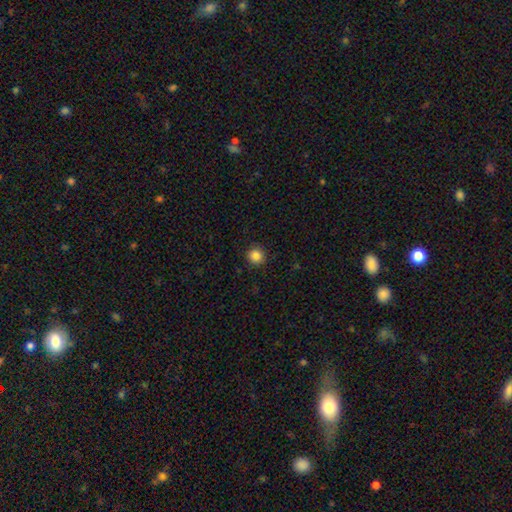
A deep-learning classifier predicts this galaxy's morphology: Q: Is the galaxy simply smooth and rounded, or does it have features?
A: smooth — 86%.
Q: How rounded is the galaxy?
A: round — 94%.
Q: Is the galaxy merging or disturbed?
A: none — 92%.